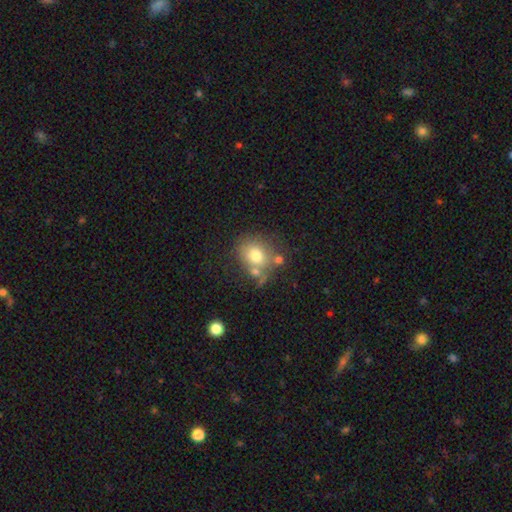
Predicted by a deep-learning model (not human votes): Smooth or featured? smooth (72%)
How rounded? round (63%)
Merging? none (52%)